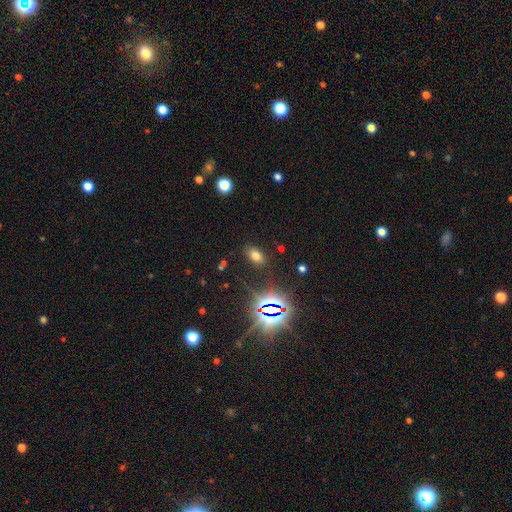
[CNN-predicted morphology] A smooth galaxy with no disk features (63%) that is in between round and cigar-shaped (88%). Merging: none (86%).